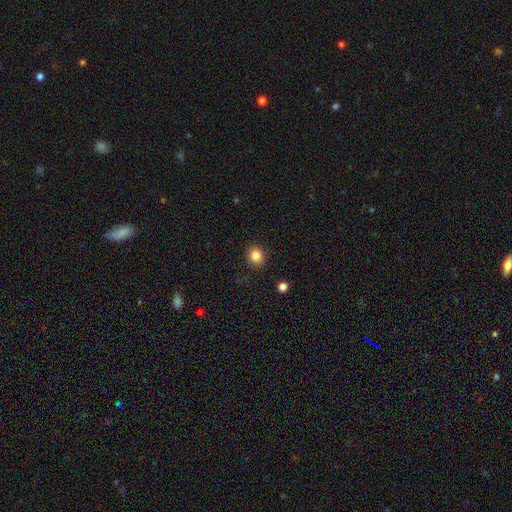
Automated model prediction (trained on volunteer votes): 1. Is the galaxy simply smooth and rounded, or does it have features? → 85% smooth, 11% star or artifact, 4% featured or disk.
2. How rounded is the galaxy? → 78% round, 21% in between, 1% cigar-shaped.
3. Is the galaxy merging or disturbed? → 88% none, 8% minor disturbance, 2% major disturbance, 1% merger.